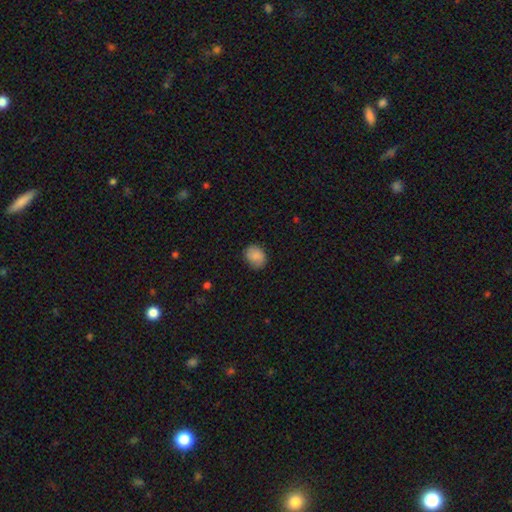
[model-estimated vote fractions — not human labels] smooth_or_featured: smooth (p=0.82) [alt: featured or disk p=0.10]
how_rounded: round (p=0.50) [alt: in between p=0.49]
merging: none (p=0.75) [alt: minor disturbance p=0.19]